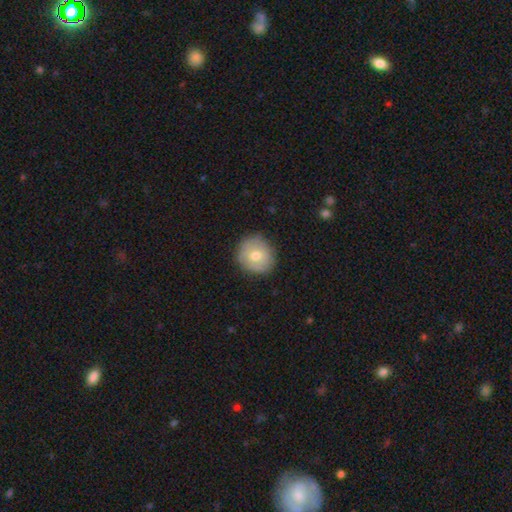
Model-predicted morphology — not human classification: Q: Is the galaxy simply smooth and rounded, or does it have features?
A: smooth — 71%.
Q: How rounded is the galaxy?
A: round — 88%.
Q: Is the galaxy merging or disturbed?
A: none — 84%.